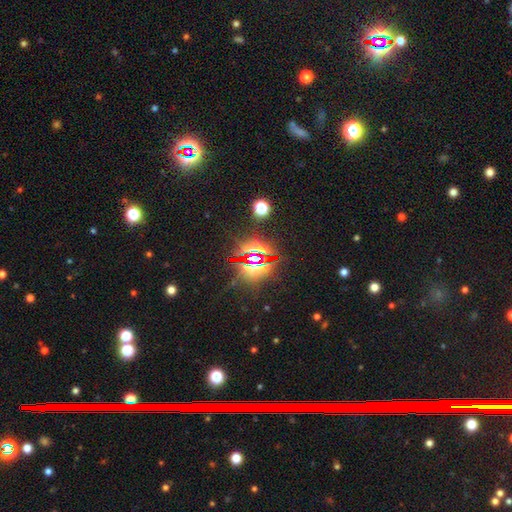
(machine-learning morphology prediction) Overall: star or artifact (79%).